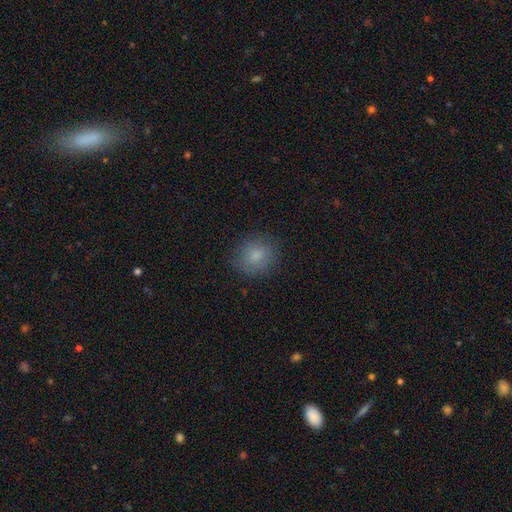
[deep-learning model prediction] A smooth galaxy with no disk features (78%) that is round (81%).

Vote fractions:
- Smooth or featured? smooth: 78% / featured or disk: 13% / star or artifact: 9%
- How rounded? round: 81% / in between: 18% / cigar-shaped: 1%
- Merging? none: 82% / minor disturbance: 13% / major disturbance: 4% / merger: 1%